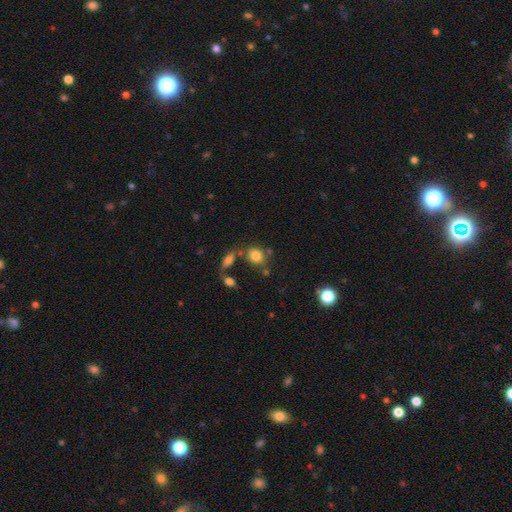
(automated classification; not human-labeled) smooth 81%, star or artifact 11%, featured or disk 8%. Down the decision tree: how rounded — round (52%); merging — none (64%).